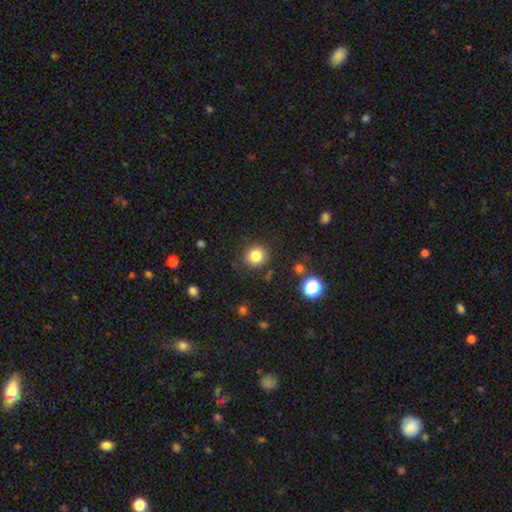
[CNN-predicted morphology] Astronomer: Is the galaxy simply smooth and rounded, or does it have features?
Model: smooth — 82%.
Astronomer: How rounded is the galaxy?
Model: round — 92%.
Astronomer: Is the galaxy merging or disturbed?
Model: none — 87%.